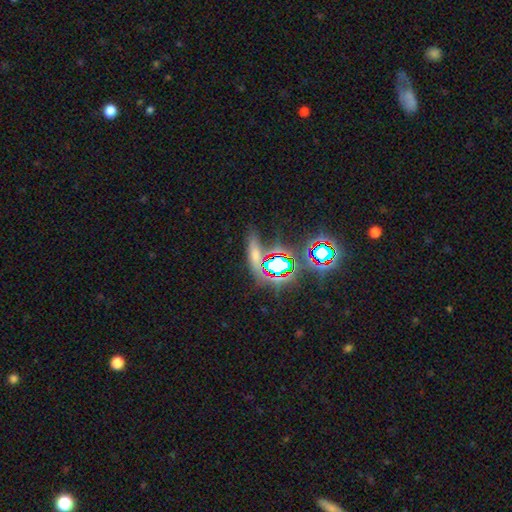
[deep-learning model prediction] The model was most divided on "smooth or featured": smooth: 43%, star or artifact: 38%, featured or disk: 19%. More confident: merging — none (68%).